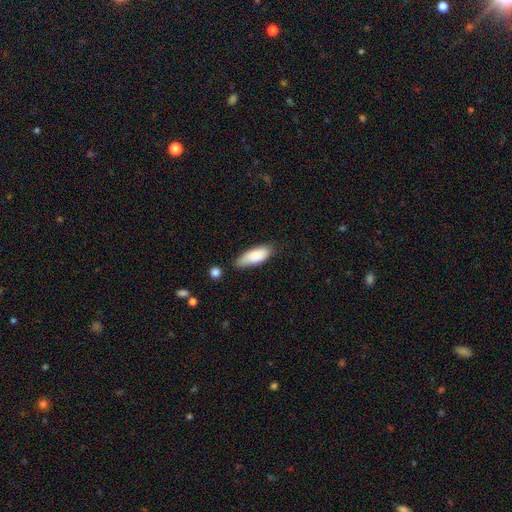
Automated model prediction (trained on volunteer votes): Morphology: type=smooth (84%); roundness=in between (71%); merging=none (61%).